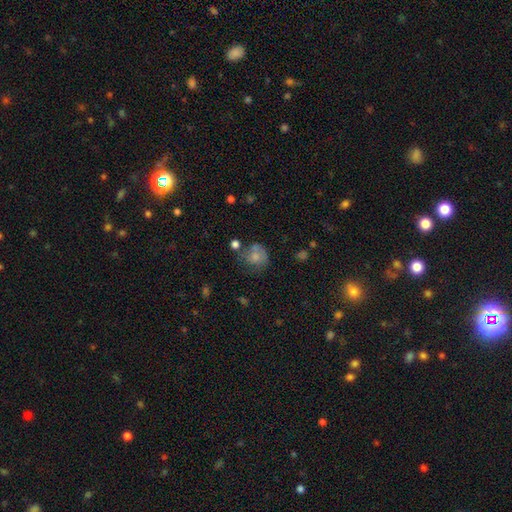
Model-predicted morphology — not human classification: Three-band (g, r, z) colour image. It shows a smooth galaxy with no disk features (67%) that is round (71%). Merging: none (42%).